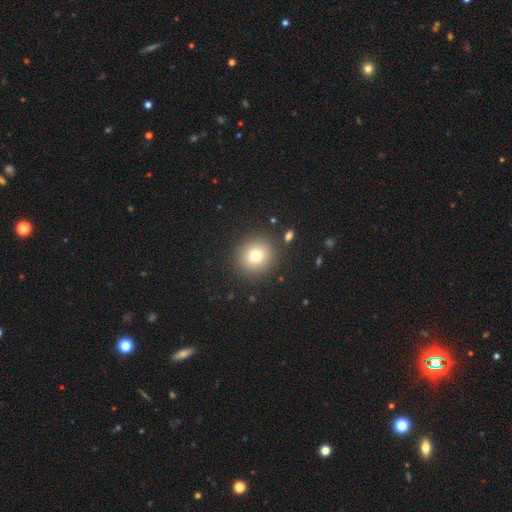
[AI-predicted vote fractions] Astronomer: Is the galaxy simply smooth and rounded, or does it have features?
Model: smooth — 76%.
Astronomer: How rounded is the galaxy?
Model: round — 91%.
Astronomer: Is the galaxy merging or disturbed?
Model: none — 89%.